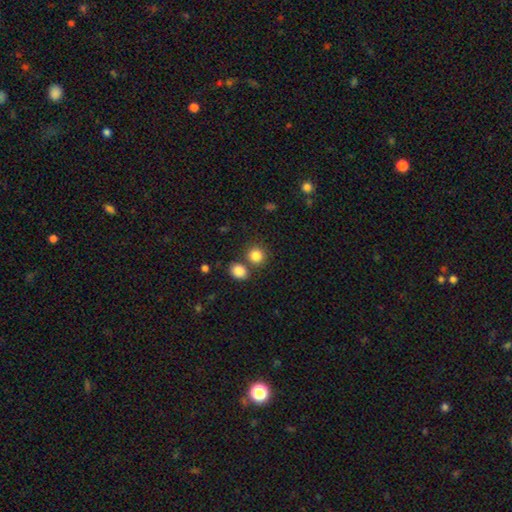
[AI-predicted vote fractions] smooth 85%, star or artifact 10%, featured or disk 5%. Down the decision tree: how rounded — round (85%); merging — none (68%).